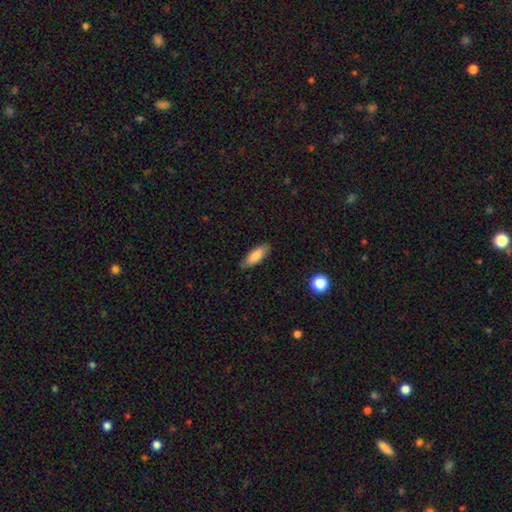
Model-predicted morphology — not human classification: Smooth or featured?
  - smooth: 82% *
  - featured or disk: 11%
  - star or artifact: 6%
How rounded?
  - in between: 68% *
  - cigar-shaped: 30%
  - round: 2%
Merging?
  - none: 83% *
  - minor disturbance: 13%
  - major disturbance: 2%
  - merger: 1%